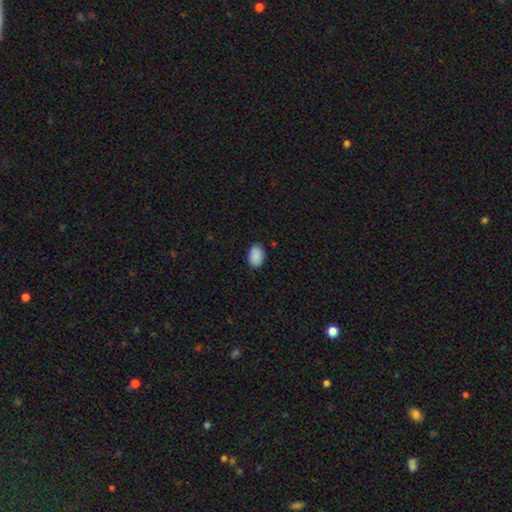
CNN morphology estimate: Smooth or featured?
  - smooth: 90% *
  - star or artifact: 7%
  - featured or disk: 3%
How rounded?
  - in between: 82% *
  - round: 17%
  - cigar-shaped: 1%
Merging?
  - none: 85% *
  - minor disturbance: 12%
  - major disturbance: 2%
  - merger: 1%